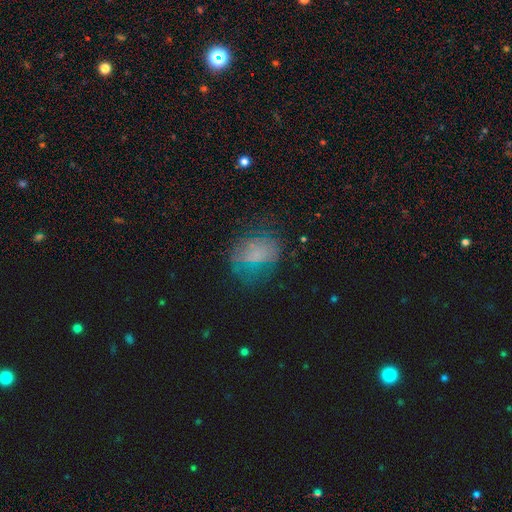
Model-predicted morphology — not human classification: smooth 57%, featured or disk 26%, star or artifact 17%. Down the decision tree: how rounded — in between (67%); merging — none (51%).